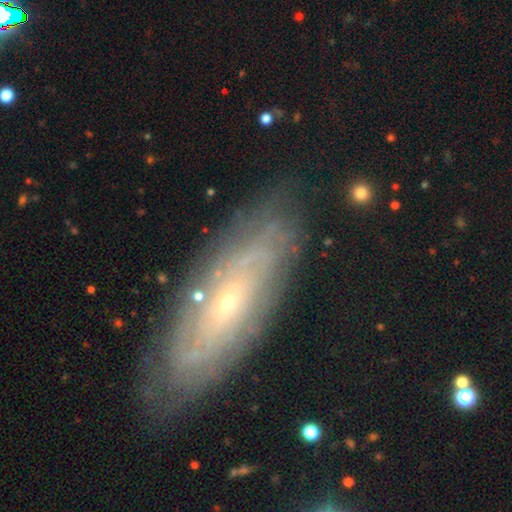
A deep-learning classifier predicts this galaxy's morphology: featured or disk 74%, smooth 18%, star or artifact 8%. Down the decision tree: edge-on disk — no (81%); bar — no (71%); spiral arms — yes (85%); spiral arm count — can't tell (65%); spiral winding — tight (76%); bulge size — small (79%); merging — none (82%).